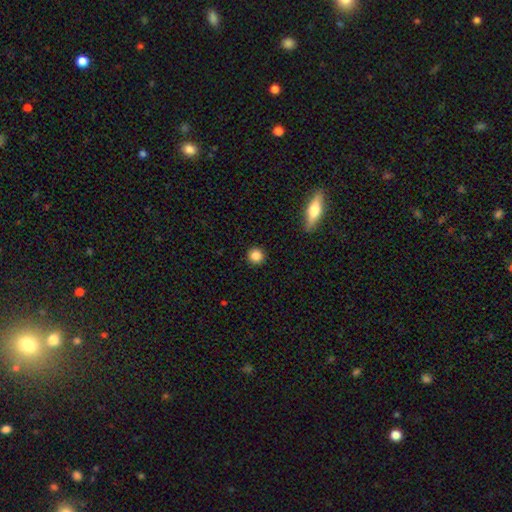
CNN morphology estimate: smooth_or_featured: smooth (p=0.85) [alt: star or artifact p=0.10]
how_rounded: round (p=0.94) [alt: in between p=0.05]
merging: none (p=0.92) [alt: minor disturbance p=0.05]